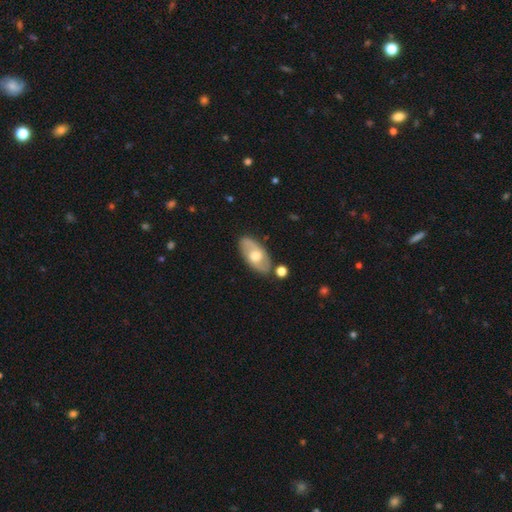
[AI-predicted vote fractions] smooth_or_featured: featured or disk (p=0.57) [alt: smooth p=0.38]
disk_edge_on: no (p=0.87) [alt: yes p=0.13]
merging: none (p=0.79) [alt: minor disturbance p=0.13]